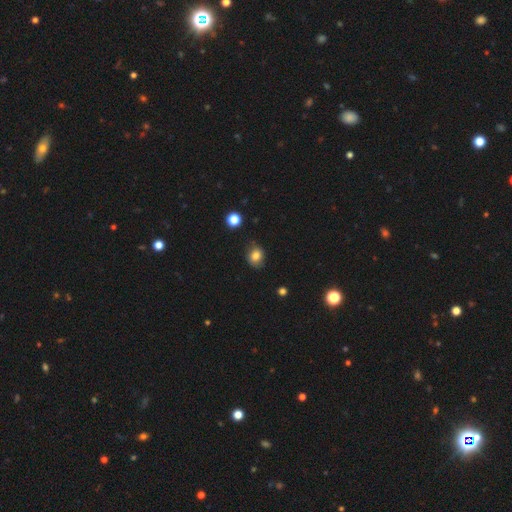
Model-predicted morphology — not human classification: This is clearly a smooth galaxy (80%). How rounded: possibly round (59%). Merging: likely none (75%).